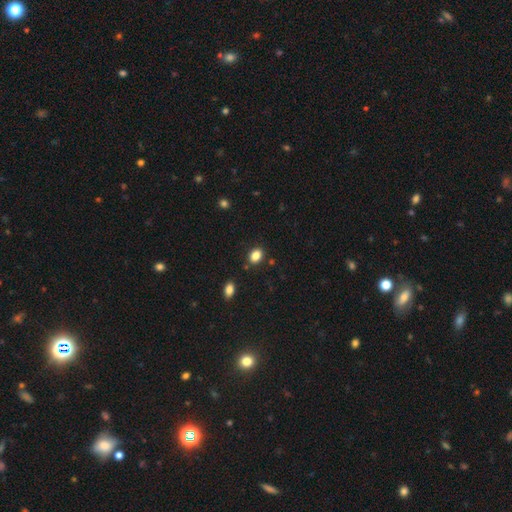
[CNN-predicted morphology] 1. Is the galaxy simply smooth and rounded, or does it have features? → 85% smooth, 10% star or artifact, 5% featured or disk.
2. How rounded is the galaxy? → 73% in between, 25% round, 1% cigar-shaped.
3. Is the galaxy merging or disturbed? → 83% none, 10% minor disturbance, 4% merger, 3% major disturbance.